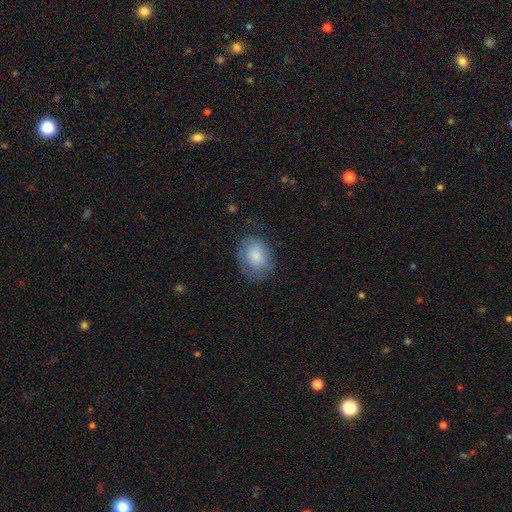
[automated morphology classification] type=smooth (74%); roundness=in between (68%); merging=none (64%).